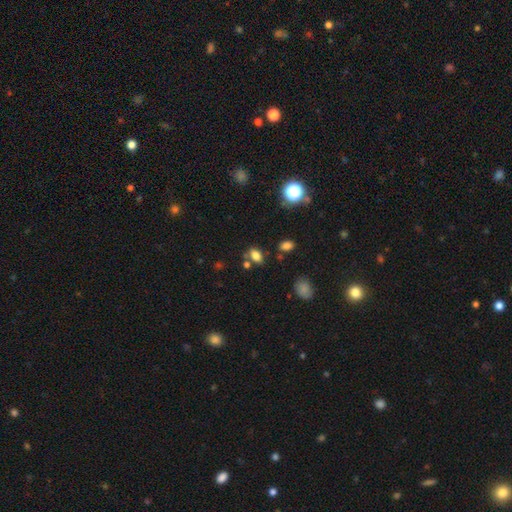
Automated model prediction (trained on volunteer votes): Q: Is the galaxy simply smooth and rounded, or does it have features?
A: smooth — 77%.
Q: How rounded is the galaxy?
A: in between — 85%.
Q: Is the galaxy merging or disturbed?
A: none — 67%.